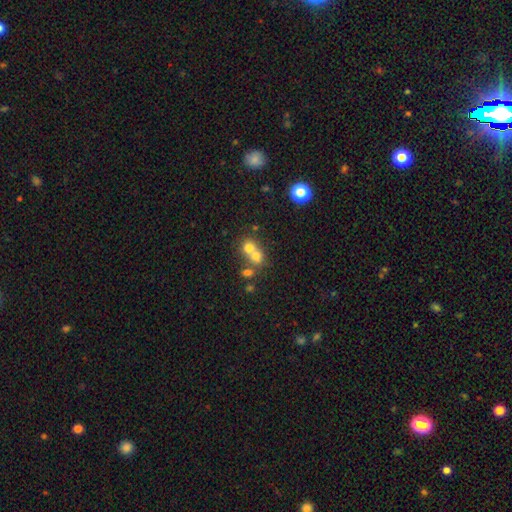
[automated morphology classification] This is likely a smooth galaxy (68%). How rounded: likely round (76%). Merging: likely merger (60%).